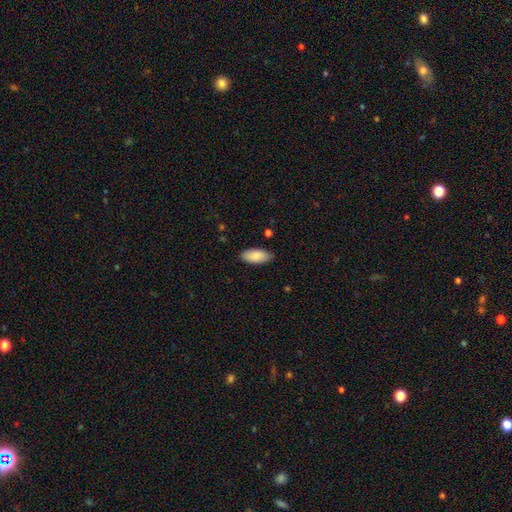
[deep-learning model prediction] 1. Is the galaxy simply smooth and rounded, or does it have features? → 87% smooth, 7% featured or disk, 6% star or artifact.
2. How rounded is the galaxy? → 90% in between, 8% cigar-shaped, 2% round.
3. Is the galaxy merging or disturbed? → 85% none, 12% minor disturbance, 2% major disturbance, 1% merger.